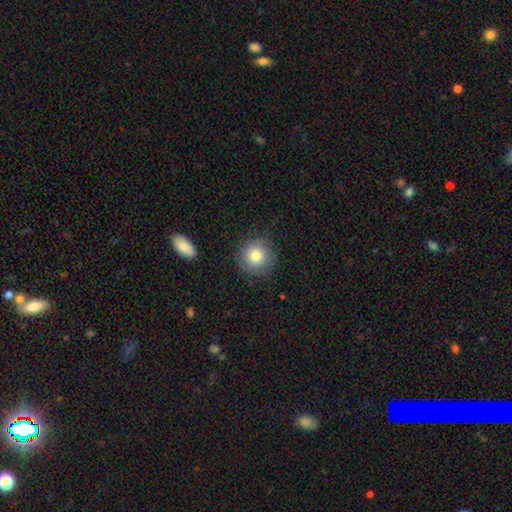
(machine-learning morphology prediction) Overall: smooth (80%). How rounded: round (93%). Merging: none (84%).